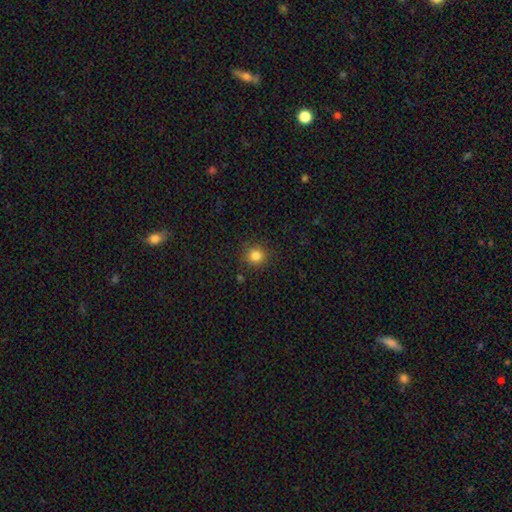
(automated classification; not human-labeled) This is clearly a smooth galaxy (83%). How rounded: clearly round (92%). Merging: clearly none (88%).